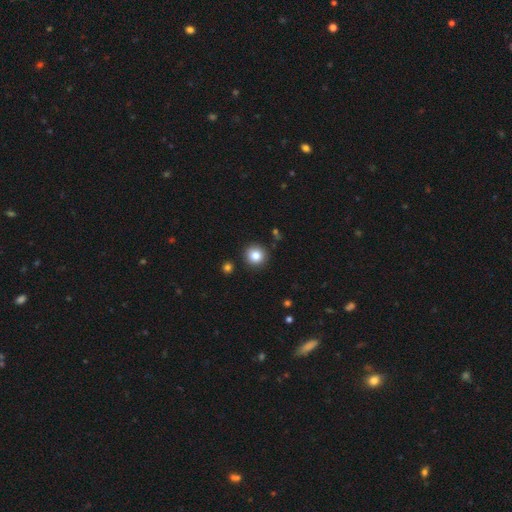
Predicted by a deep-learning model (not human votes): Smooth or featured: smooth — 83% (star or artifact — 11%)
How rounded: round — 94% (in between — 5%)
Merging: none — 90% (minor disturbance — 6%)